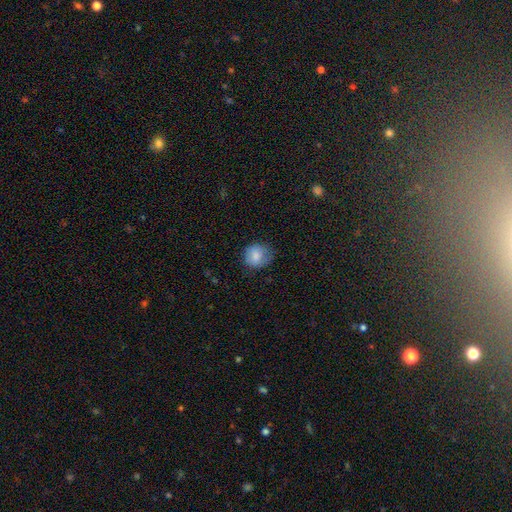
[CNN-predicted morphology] The model was most divided on "merging": none: 71%, minor disturbance: 21%, major disturbance: 6%, merger: 1%. More confident: how rounded — round (83%); smooth or featured — smooth (83%).